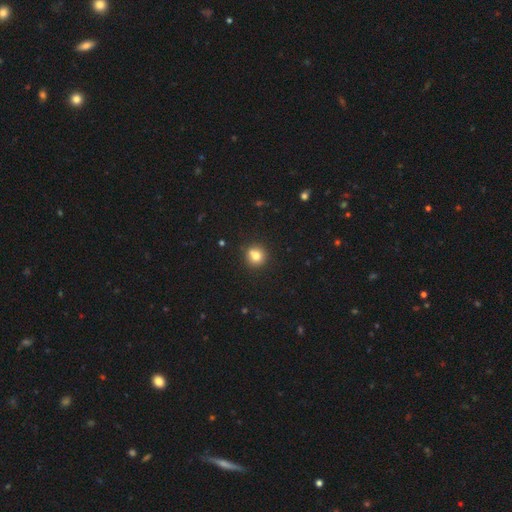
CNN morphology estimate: smooth_or_featured: smooth (p=0.77) [alt: star or artifact p=0.12]
how_rounded: round (p=0.89) [alt: in between p=0.10]
merging: none (p=0.73) [alt: merger p=0.12]